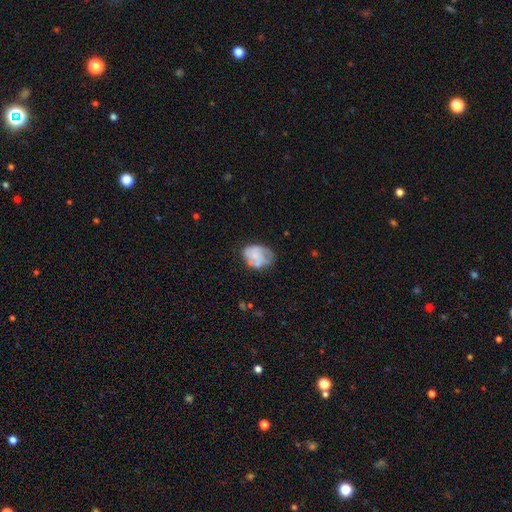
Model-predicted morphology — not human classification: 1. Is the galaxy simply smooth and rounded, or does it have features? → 47% smooth, 44% featured or disk, 8% star or artifact.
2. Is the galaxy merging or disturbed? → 44% none, 32% minor disturbance, 18% major disturbance, 7% merger.